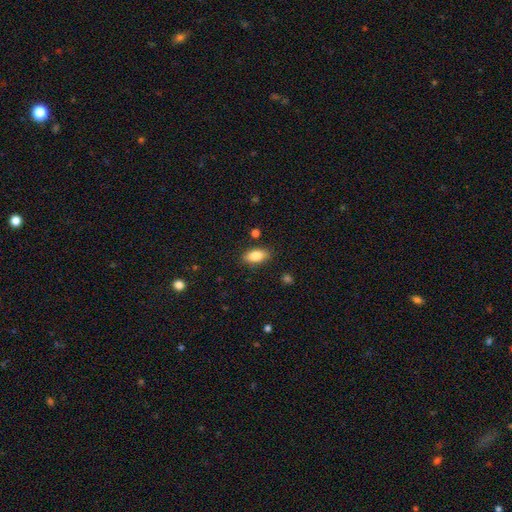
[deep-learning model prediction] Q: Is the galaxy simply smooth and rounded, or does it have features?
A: smooth — 86%.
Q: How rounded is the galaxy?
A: in between — 90%.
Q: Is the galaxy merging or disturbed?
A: none — 85%.